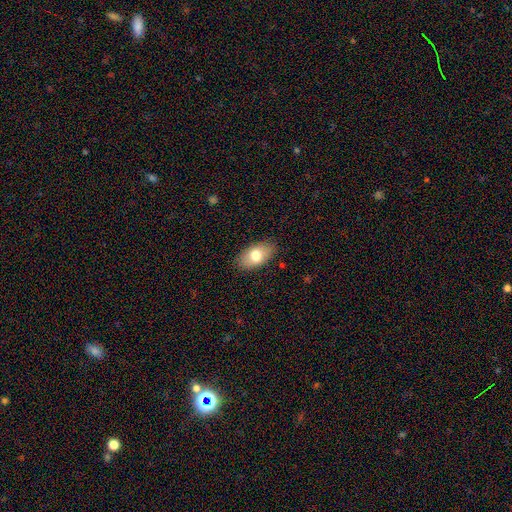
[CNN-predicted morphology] smooth 75%, featured or disk 18%, star or artifact 7%. Down the decision tree: how rounded — in between (93%); merging — none (86%).